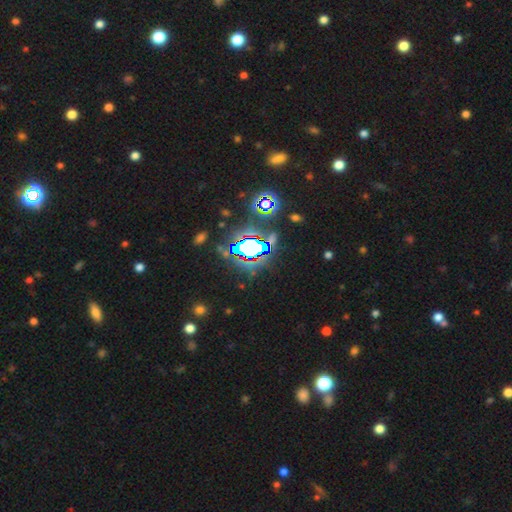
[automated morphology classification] This is clearly a star or artifact rather than a galaxy (80%).